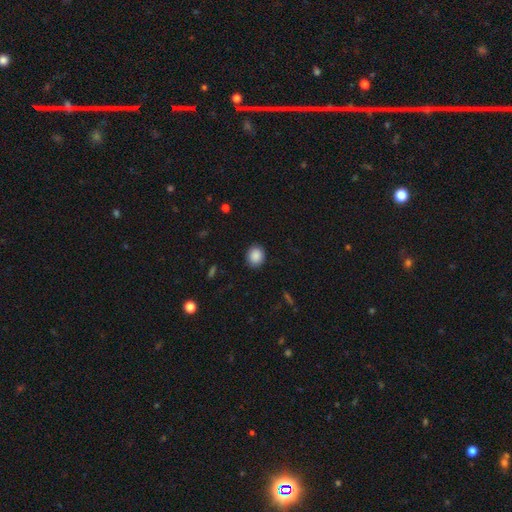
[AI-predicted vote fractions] The model was most divided on "how rounded": round: 65%, in between: 34%, cigar-shaped: 1%. More confident: smooth or featured — smooth (89%); merging — none (88%).